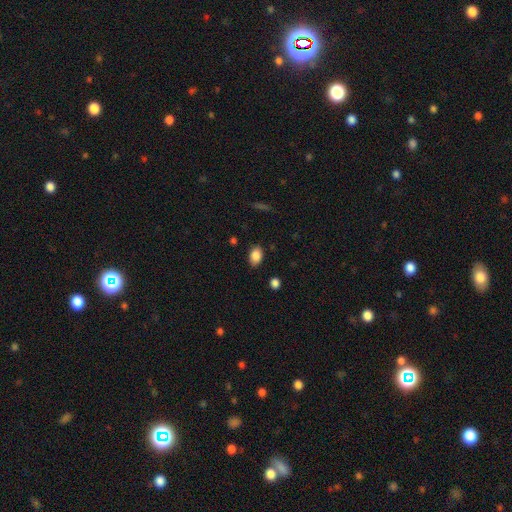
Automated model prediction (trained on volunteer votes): A smooth galaxy with no disk features (87%) that is in between round and cigar-shaped (81%).

Vote fractions:
- Smooth or featured? smooth: 87% / star or artifact: 9% / featured or disk: 5%
- How rounded? in between: 81% / round: 17% / cigar-shaped: 1%
- Merging? none: 85% / minor disturbance: 11% / major disturbance: 3% / merger: 2%